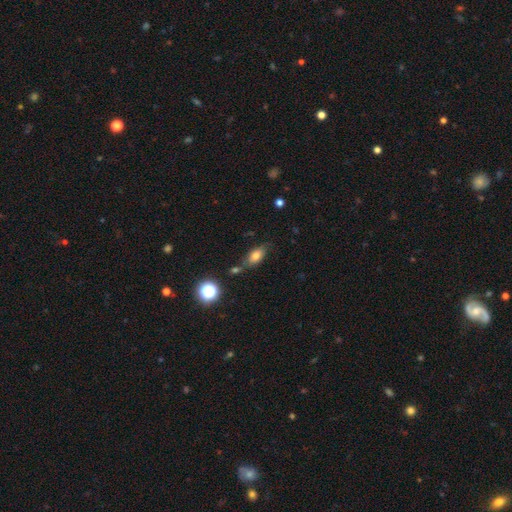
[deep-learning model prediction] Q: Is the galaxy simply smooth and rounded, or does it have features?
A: smooth — 74%.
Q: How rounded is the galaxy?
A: in between — 84%.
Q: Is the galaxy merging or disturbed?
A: none — 65%.